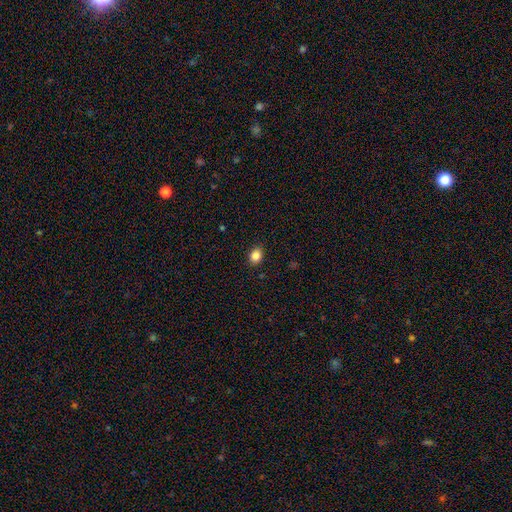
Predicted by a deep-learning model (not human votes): Morphology: type=smooth (86%); roundness=in between (61%); merging=none (88%).